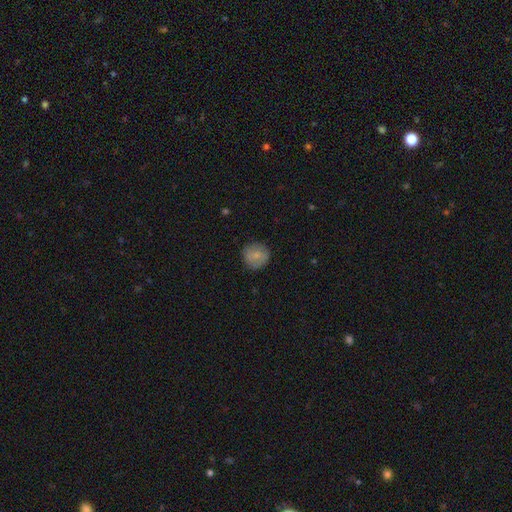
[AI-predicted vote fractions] This appears to be a smooth galaxy with no disk features (72%) that is round (91%). Merging: none (82%).